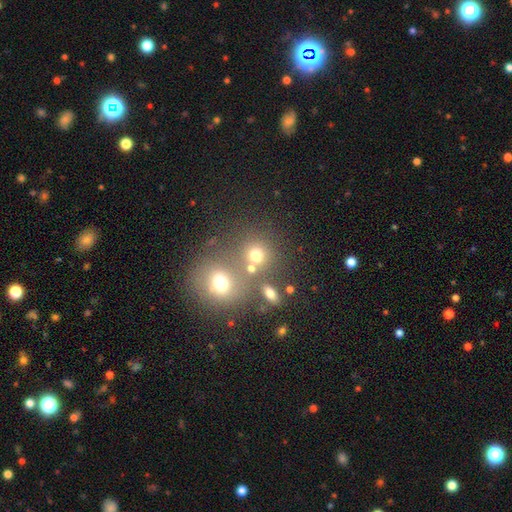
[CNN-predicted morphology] smooth-or-featured: smooth: 72% | star or artifact: 17% | featured or disk: 11%
  how-rounded: round: 81% | in between: 18% | cigar-shaped: 1%
  merging: none: 52% | merger: 35% | minor disturbance: 8% | major disturbance: 5%